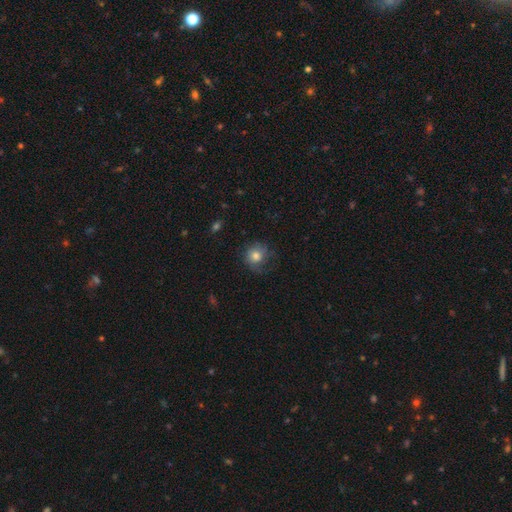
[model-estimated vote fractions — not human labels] The model was most divided on "merging": none: 60%, minor disturbance: 24%, major disturbance: 15%, merger: 1%. More confident: how rounded — round (85%); smooth or featured — smooth (74%).